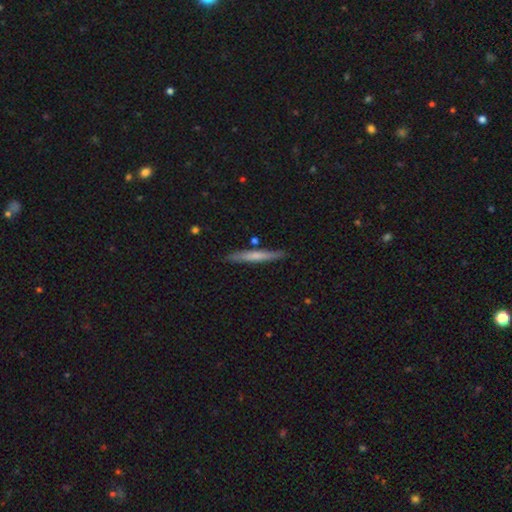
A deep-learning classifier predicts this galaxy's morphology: A smooth galaxy with no disk features (59%) that is cigar-shaped (95%).

Vote fractions:
- Smooth or featured? smooth: 59% / featured or disk: 36% / star or artifact: 5%
- How rounded? cigar-shaped: 95% / in between: 3% / round: 1%
- Merging? none: 85% / minor disturbance: 10% / merger: 3% / major disturbance: 2%